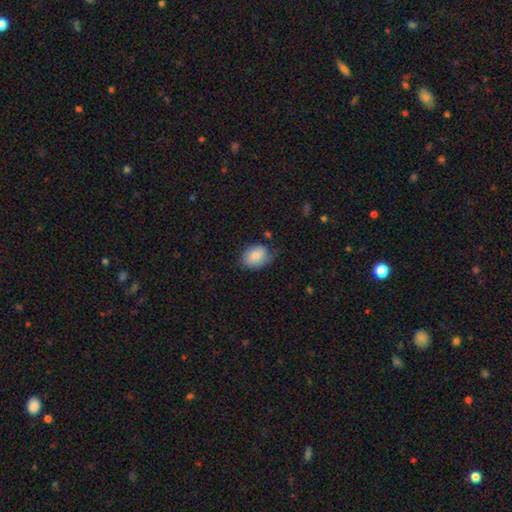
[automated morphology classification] Overall: smooth (81%). How rounded: in between (70%). Merging: none (56%; minor disturbance 33%).